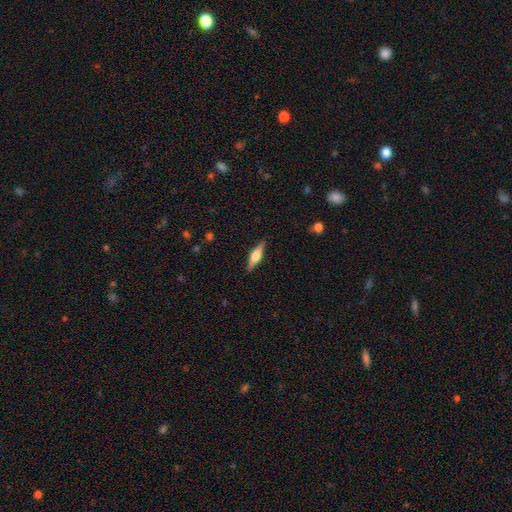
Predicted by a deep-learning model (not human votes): This is possibly a featured or disk galaxy (55%). It is clearly viewed edge-on (95%). Edge-on bulge: clearly rounded (88%). Merging: clearly none (88%).